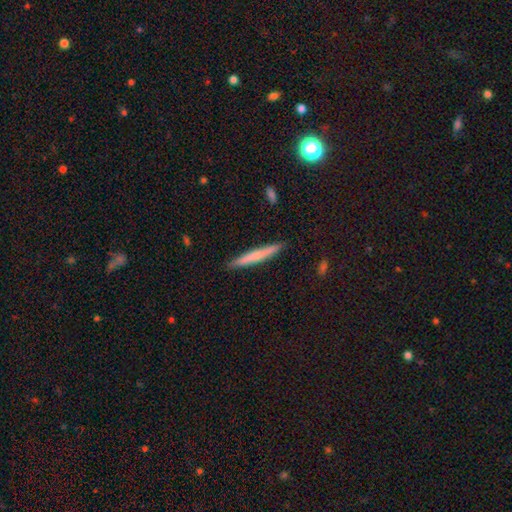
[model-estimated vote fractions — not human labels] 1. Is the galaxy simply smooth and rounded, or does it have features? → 61% smooth, 33% featured or disk, 7% star or artifact.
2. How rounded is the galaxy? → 96% cigar-shaped, 3% in between, 1% round.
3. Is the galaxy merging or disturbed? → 90% none, 7% minor disturbance, 1% major disturbance, 1% merger.